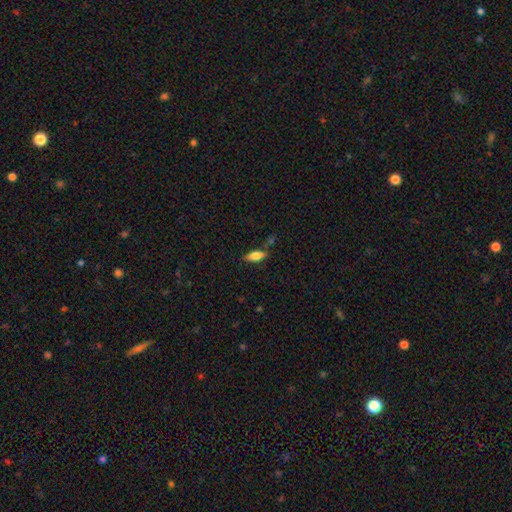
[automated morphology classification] Smooth or featured? smooth (75%)
How rounded? in between (80%)
Merging? none (73%)